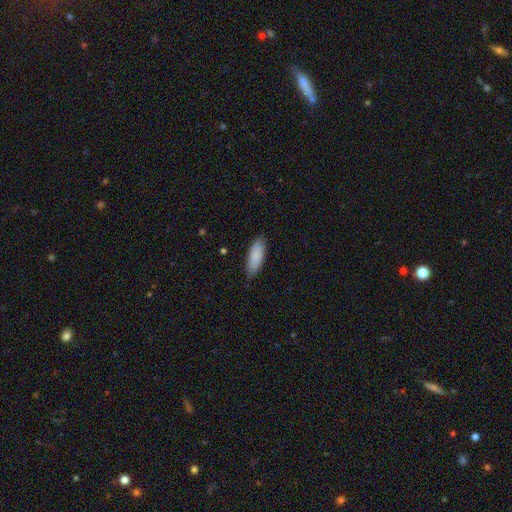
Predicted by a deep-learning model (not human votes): A smooth galaxy with no disk features (87%) that is in between round and cigar-shaped (65%).

Vote fractions:
- Smooth or featured? smooth: 87% / featured or disk: 8% / star or artifact: 5%
- How rounded? in between: 65% / cigar-shaped: 34% / round: 1%
- Merging? none: 82% / minor disturbance: 15% / major disturbance: 2% / merger: 1%